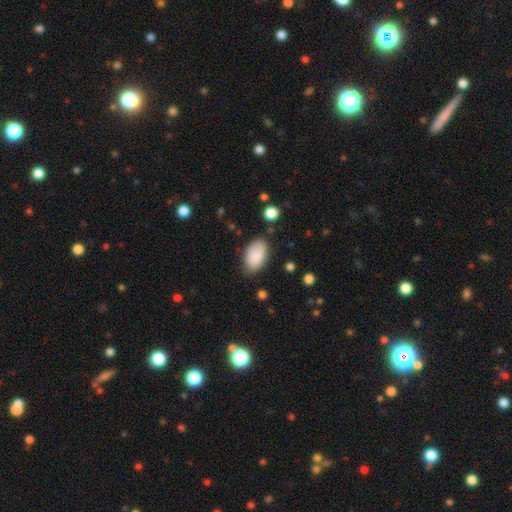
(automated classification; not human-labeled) Smooth or featured: smooth — 88% (star or artifact — 7%)
How rounded: in between — 94% (round — 5%)
Merging: none — 78% (minor disturbance — 16%)